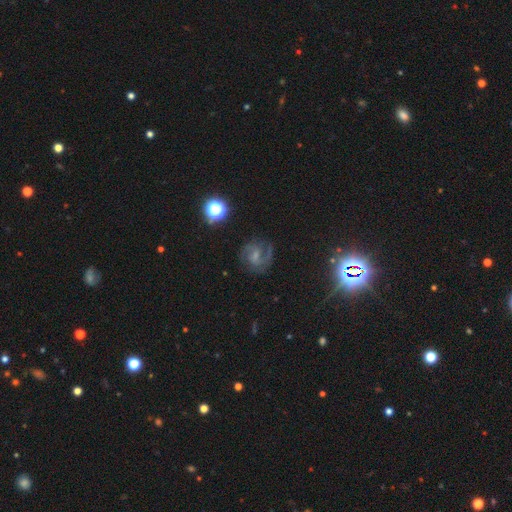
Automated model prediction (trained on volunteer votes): A featured or disk galaxy (68%) with a weak bar (53%), 2 (64%) medium (52%) spiral arms (90%) and a small central bulge (43%).

Vote fractions:
- Smooth or featured? featured or disk: 68% / smooth: 19% / star or artifact: 13%
- Edge-on disk? no: 98% / yes: 2%
- Bar? weak: 53% / no: 33% / strong: 14%
- Spiral arms? yes: 90% / no: 10%
- Spiral winding? medium: 52% / tight: 26% / loose: 22%
- Spiral arm count? 2: 64% / can't tell: 14% / 1: 11% / 3: 7% / 4: 2% / more than 4: 2%
- Bulge size? small: 43% / moderate: 30% / none: 21% / large: 4% / dominant: 1%
- Merging? none: 66% / minor disturbance: 17% / major disturbance: 14% / merger: 2%